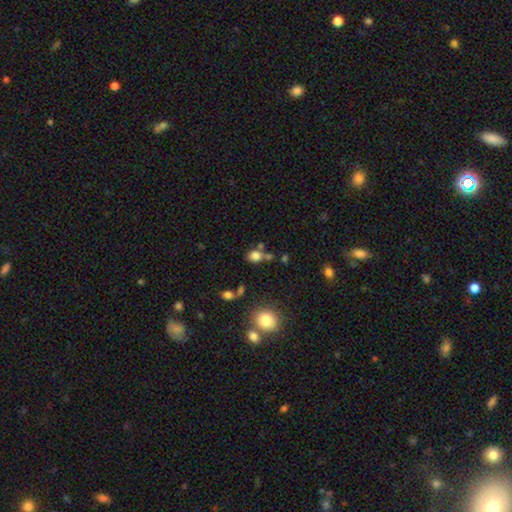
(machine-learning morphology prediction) smooth 79%, star or artifact 14%, featured or disk 7%. Down the decision tree: how rounded — in between (51%); merging — none (57%).